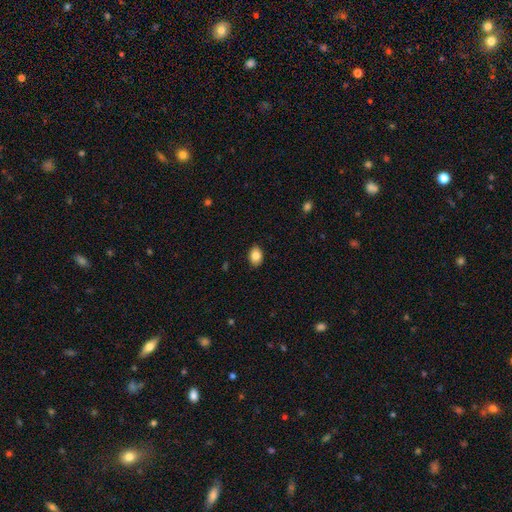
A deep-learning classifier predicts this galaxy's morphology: Smooth or featured? Predicted: smooth (p=0.85). How rounded? Predicted: in between (p=0.79). Merging? Predicted: none (p=0.88).